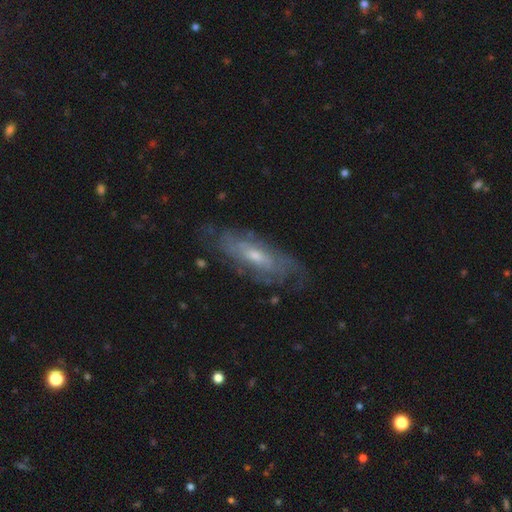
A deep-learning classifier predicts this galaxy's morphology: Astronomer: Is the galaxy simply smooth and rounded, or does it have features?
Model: featured or disk — 72%.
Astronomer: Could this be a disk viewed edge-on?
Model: no — 80%.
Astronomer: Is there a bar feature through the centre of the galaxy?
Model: no — 65%.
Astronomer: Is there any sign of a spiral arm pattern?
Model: yes — 75%.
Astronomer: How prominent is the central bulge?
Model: small — 54% (runner-up: moderate, 40%).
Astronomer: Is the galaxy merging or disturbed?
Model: none — 68%.